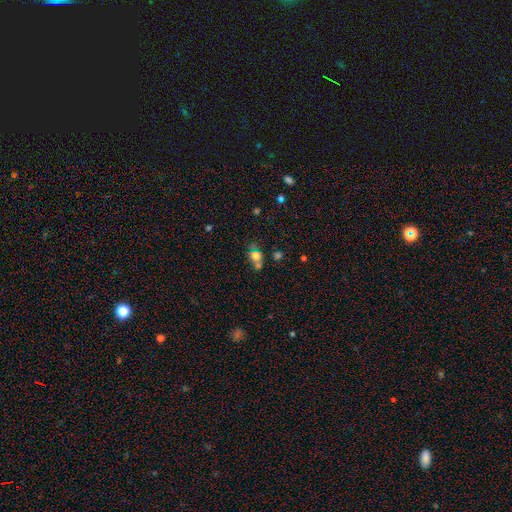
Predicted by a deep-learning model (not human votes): Overall: smooth (70%). How rounded: round (70%). Merging: none (47%; merger 35%).